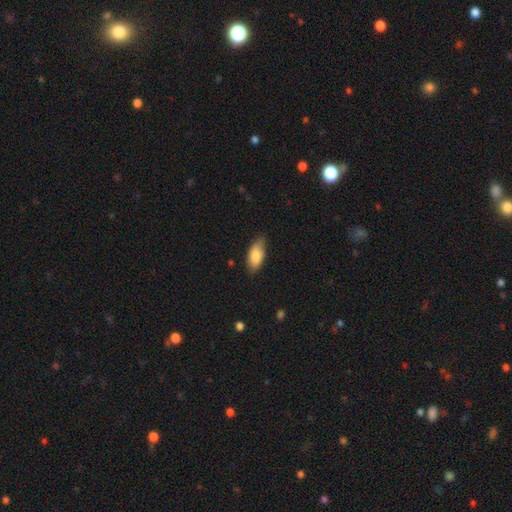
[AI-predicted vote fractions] Smooth or featured? Predicted: smooth (p=0.83). How rounded? Predicted: in between (p=0.88). Merging? Predicted: none (p=0.76).